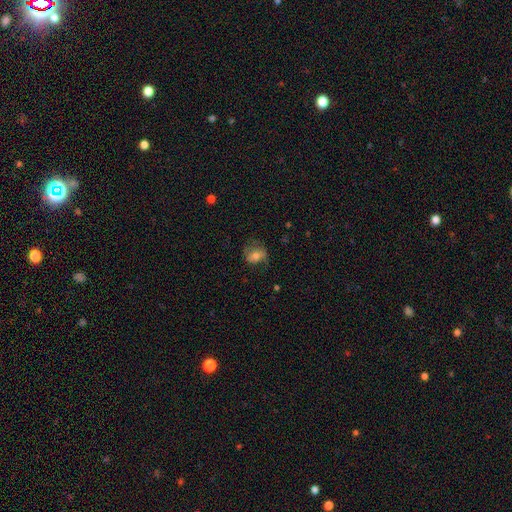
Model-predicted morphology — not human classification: Q: Smooth or featured?
A: smooth (56%); runner-up: featured or disk (34%)
Q: How rounded?
A: round (53%); runner-up: in between (46%)
Q: Merging?
A: none (59%); runner-up: minor disturbance (24%)